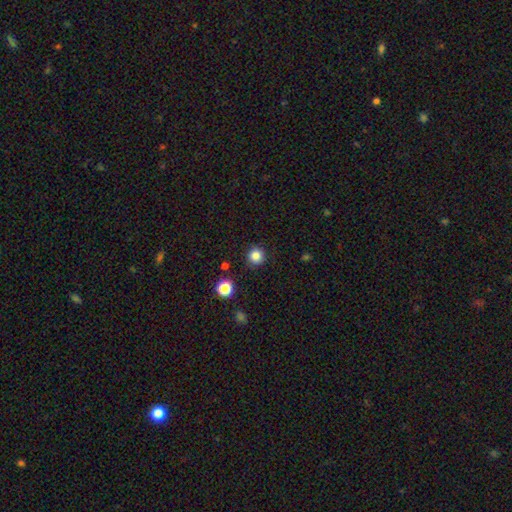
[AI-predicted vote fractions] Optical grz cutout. It shows a smooth galaxy with no disk features (83%) that is round (94%). Merging: none (90%).